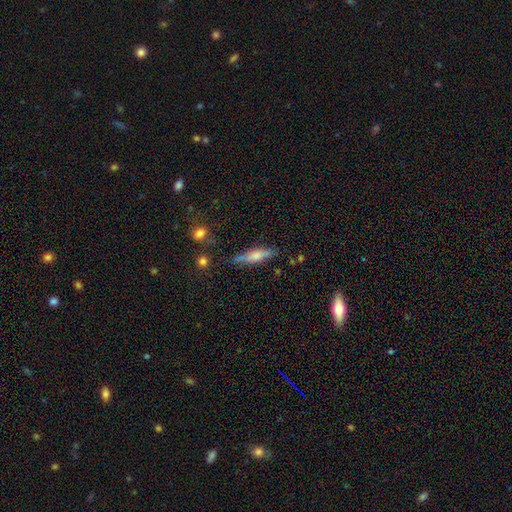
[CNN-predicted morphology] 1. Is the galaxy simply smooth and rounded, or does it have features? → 53% smooth, 39% featured or disk, 7% star or artifact.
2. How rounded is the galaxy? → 74% cigar-shaped, 24% in between, 3% round.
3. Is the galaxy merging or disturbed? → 77% none, 16% minor disturbance, 4% major disturbance, 3% merger.